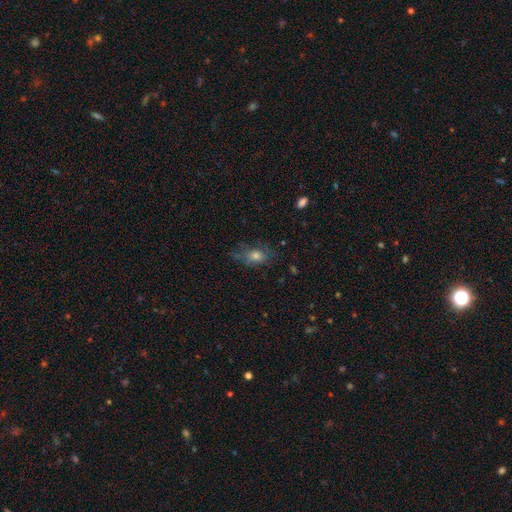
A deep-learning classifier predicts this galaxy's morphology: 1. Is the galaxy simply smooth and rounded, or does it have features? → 52% smooth, 31% featured or disk, 17% star or artifact.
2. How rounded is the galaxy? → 73% in between, 22% round, 5% cigar-shaped.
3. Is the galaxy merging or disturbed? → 60% none, 24% minor disturbance, 14% major disturbance, 2% merger.